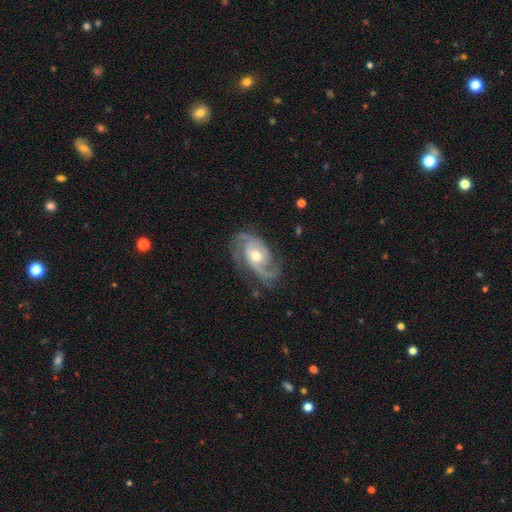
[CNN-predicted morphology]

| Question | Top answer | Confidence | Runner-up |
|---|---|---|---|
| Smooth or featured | featured or disk | 89% | smooth (7%) |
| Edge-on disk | no | 96% | yes (4%) |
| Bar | no | 63% | weak (30%) |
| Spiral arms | yes | 96% | no (4%) |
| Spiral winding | medium | 46% | tight (37%) |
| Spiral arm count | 2 | 64% | 3 (15%) |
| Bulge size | moderate | 75% | small (14%) |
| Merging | none | 67% | minor disturbance (21%) |